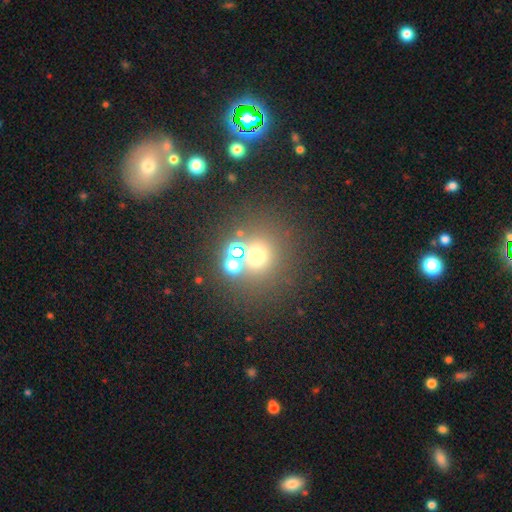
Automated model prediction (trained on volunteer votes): Overall: smooth (58%; star or artifact 32%). How rounded: round (87%). Merging: none (65%).